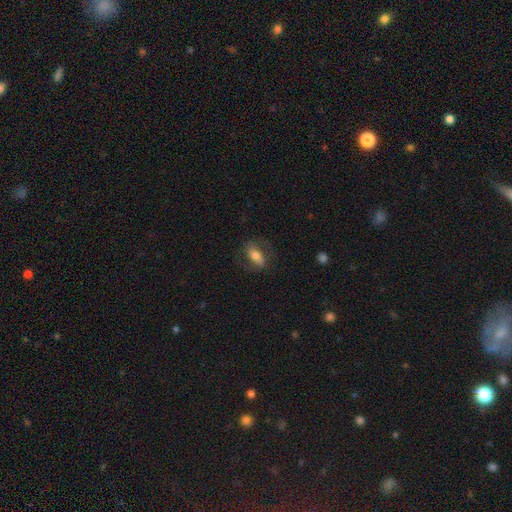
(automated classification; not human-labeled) The model was most divided on "smooth or featured": smooth: 53%, featured or disk: 39%, star or artifact: 8%. More confident: how rounded — in between (81%); merging — none (69%).